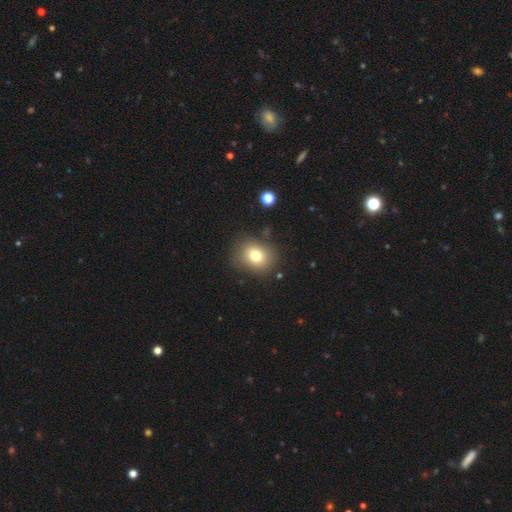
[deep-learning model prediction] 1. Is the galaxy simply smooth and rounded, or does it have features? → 76% smooth, 12% star or artifact, 12% featured or disk.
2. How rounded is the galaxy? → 59% round, 40% in between, 1% cigar-shaped.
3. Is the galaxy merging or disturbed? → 81% none, 12% minor disturbance, 4% major disturbance, 3% merger.